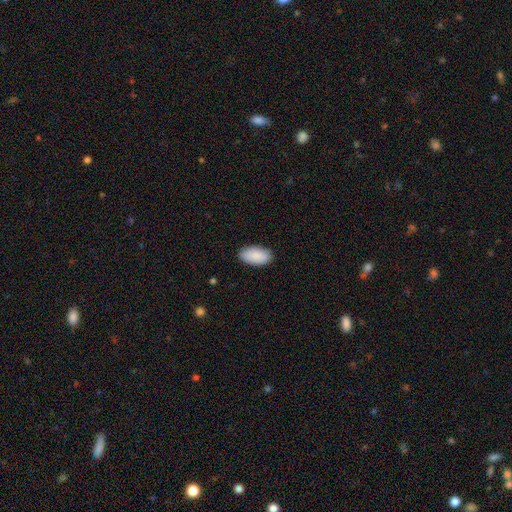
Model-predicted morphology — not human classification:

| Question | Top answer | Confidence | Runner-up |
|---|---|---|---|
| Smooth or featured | smooth | 90% | star or artifact (6%) |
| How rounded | in between | 95% | cigar-shaped (2%) |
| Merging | none | 88% | minor disturbance (9%) |